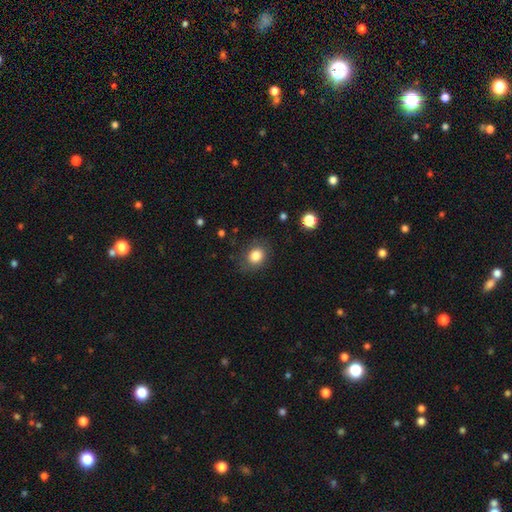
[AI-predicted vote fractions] Q: Smooth or featured?
A: smooth (83%); runner-up: star or artifact (10%)
Q: How rounded?
A: round (61%); runner-up: in between (39%)
Q: Merging?
A: none (78%); runner-up: minor disturbance (15%)